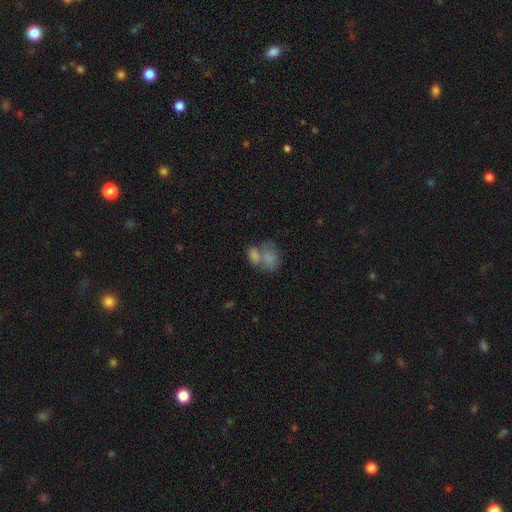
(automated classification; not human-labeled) Smooth or featured?
  - smooth: 66% *
  - featured or disk: 21%
  - star or artifact: 13%
How rounded?
  - in between: 65% *
  - round: 34%
  - cigar-shaped: 2%
Merging?
  - merger: 58% *
  - none: 25%
  - minor disturbance: 10%
  - major disturbance: 7%